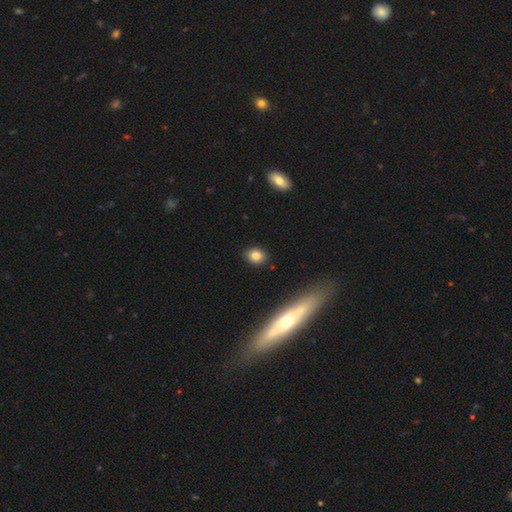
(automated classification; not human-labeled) A smooth galaxy with no disk features (82%) that is round (54%).

Vote fractions:
- Smooth or featured? smooth: 82% / star or artifact: 10% / featured or disk: 8%
- How rounded? round: 54% / in between: 44% / cigar-shaped: 2%
- Merging? none: 88% / minor disturbance: 8% / major disturbance: 2% / merger: 2%